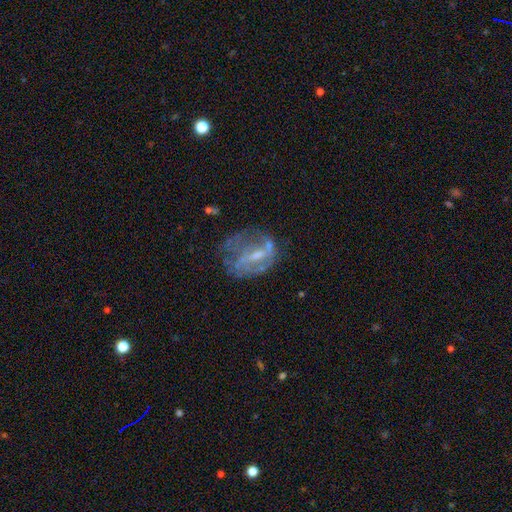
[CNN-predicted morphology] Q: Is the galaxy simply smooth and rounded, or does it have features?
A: featured or disk — 68%.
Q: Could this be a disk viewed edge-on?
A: no — 96%.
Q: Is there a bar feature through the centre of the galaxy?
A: weak — 44%.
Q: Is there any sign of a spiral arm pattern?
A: no — 55%.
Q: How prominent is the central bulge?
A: small — 40%.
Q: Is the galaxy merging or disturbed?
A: none — 43%.